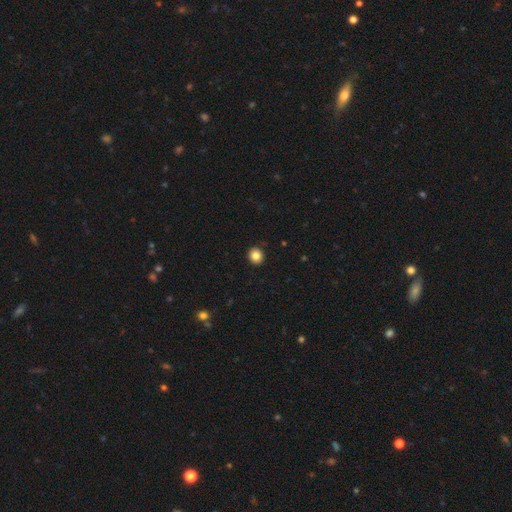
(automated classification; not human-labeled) This appears to be a smooth galaxy with no disk features (85%) that is round (86%). Merging: none (93%).